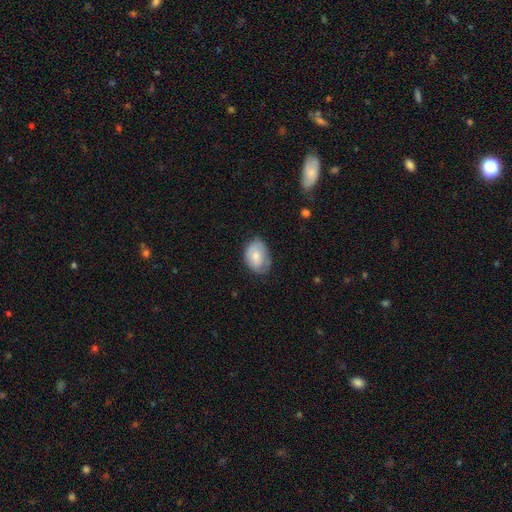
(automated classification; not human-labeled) This is likely a smooth galaxy (66%). How rounded: likely in between (76%). Merging: likely none (63%).